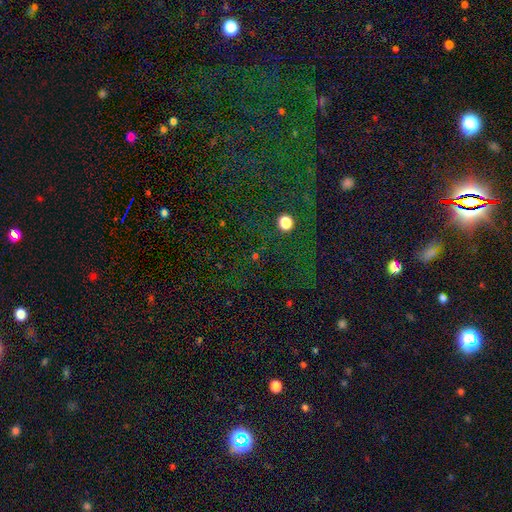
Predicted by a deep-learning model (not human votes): A star or artifact, not a galaxy (69%).